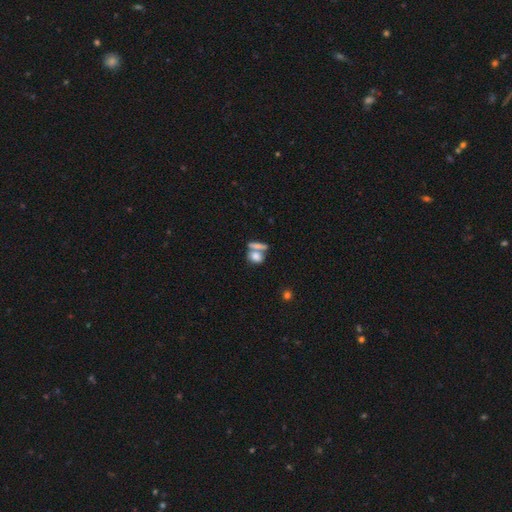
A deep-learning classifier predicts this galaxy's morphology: This is likely a smooth galaxy (74%). How rounded: possibly in between (53%). Merging: marginally merger (44%).